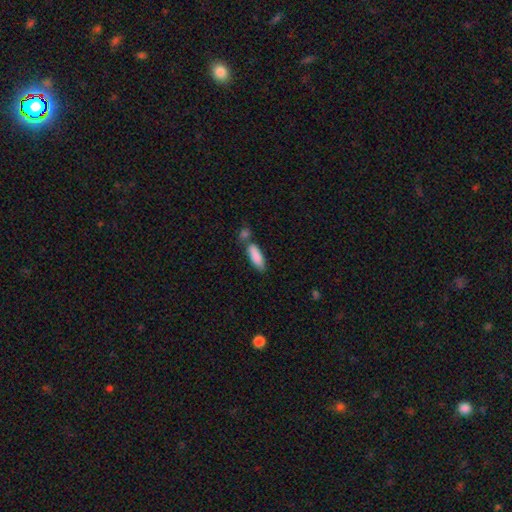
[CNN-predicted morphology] type=smooth (87%); roundness=in between (61%); merging=none (55%).